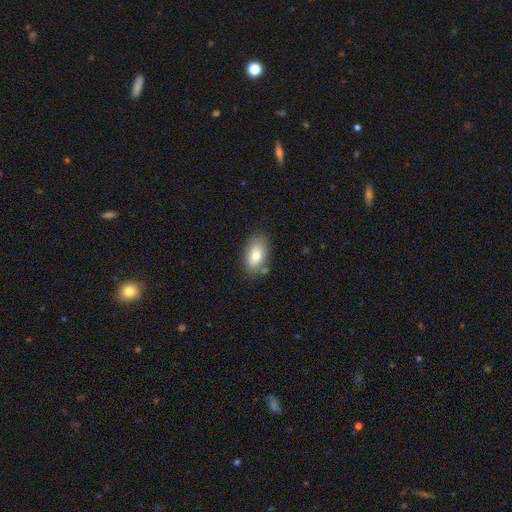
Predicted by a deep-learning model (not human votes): smooth 80%, featured or disk 13%, star or artifact 8%. Down the decision tree: how rounded — in between (92%); merging — none (74%).